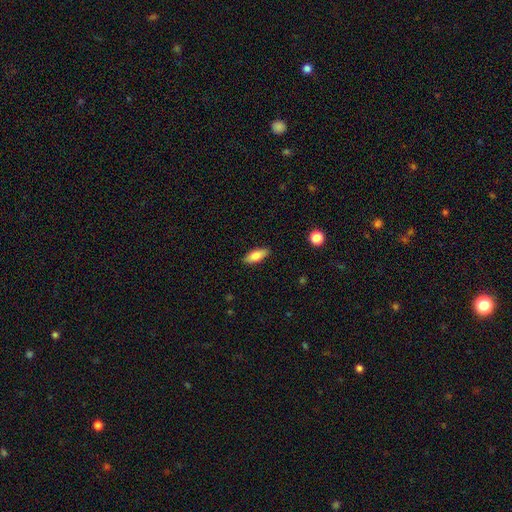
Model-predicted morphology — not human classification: Overall: smooth (81%). How rounded: in between (76%). Merging: none (88%).